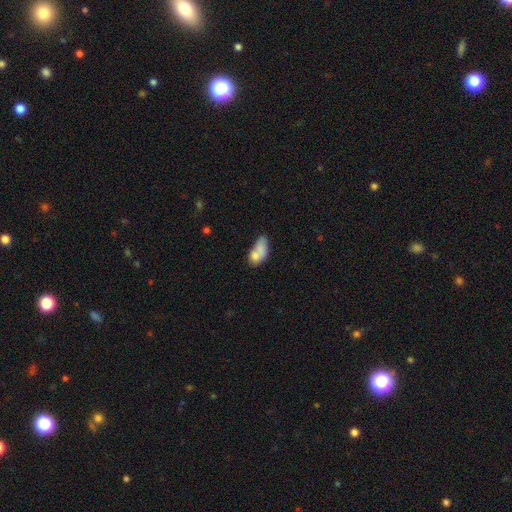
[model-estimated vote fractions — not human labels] This is likely a smooth galaxy (72%). How rounded: clearly in between (86%). Merging: marginally merger (40%).